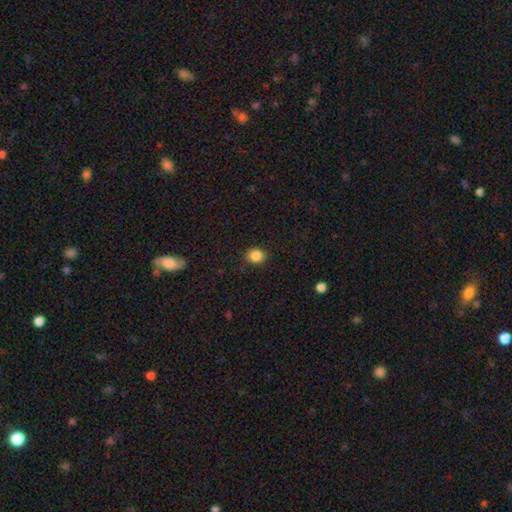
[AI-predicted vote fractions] This appears to be a smooth galaxy with no disk features (87%) that is round (68%). Merging: none (89%).